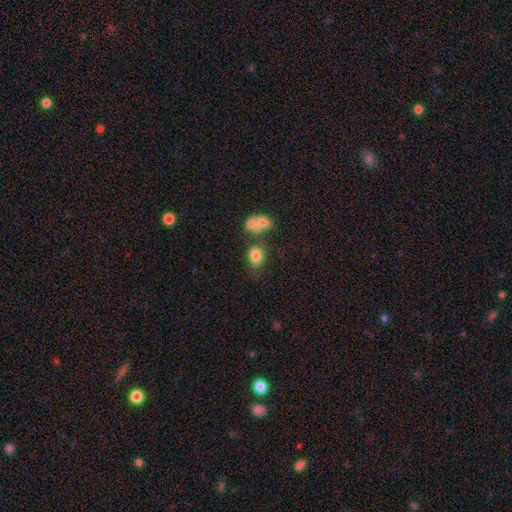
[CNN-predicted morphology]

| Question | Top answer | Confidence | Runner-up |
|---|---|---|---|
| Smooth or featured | smooth | 77% | featured or disk (12%) |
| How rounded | in between | 67% | round (31%) |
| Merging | none | 52% | merger (25%) |